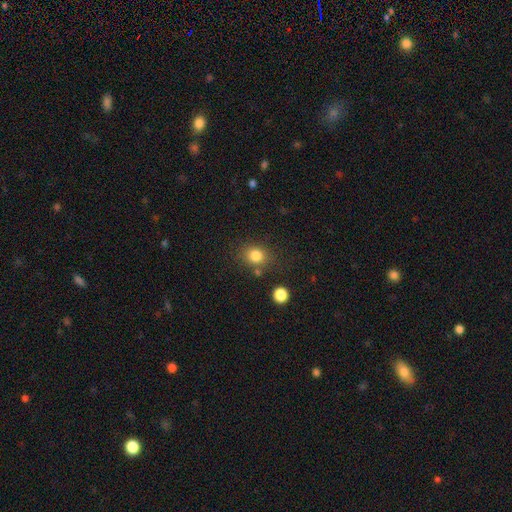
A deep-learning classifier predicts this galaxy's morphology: A smooth galaxy with no disk features (82%) that is round (66%). Merging: none (74%).